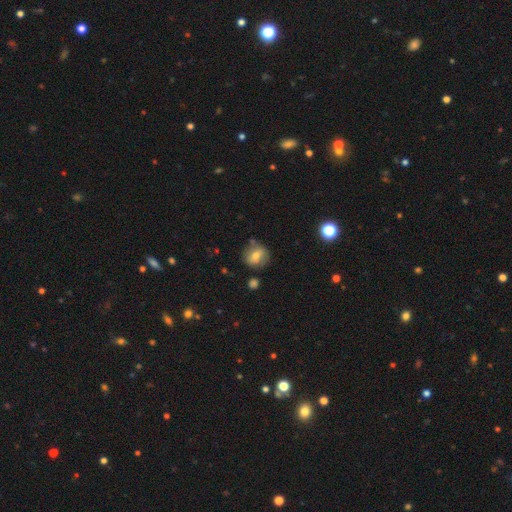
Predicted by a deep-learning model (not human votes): This appears to be a smooth galaxy with no disk features (63%) that is round (76%). Merging: none (71%).